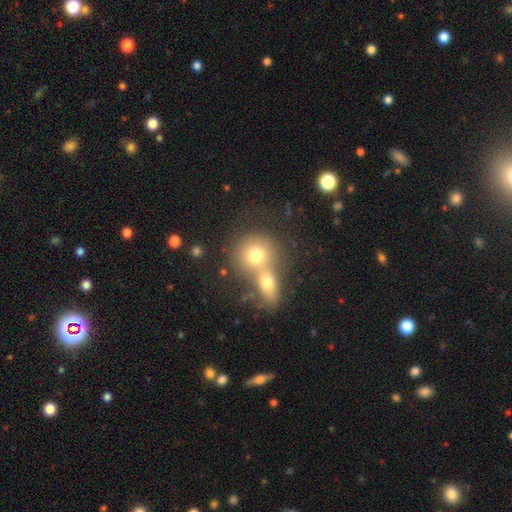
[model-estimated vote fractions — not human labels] smooth 72%, featured or disk 17%, star or artifact 11%. Down the decision tree: how rounded — round (80%); merging — merger (58%).